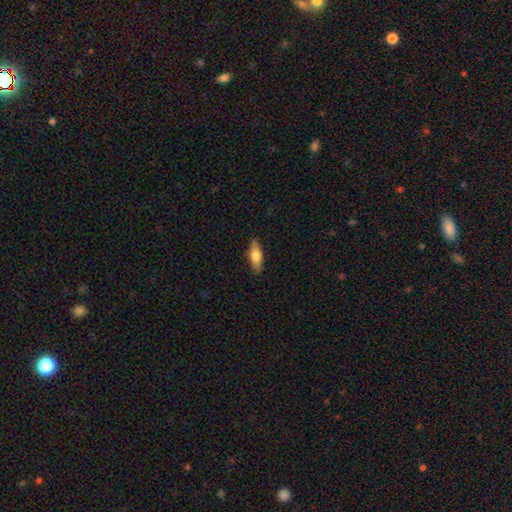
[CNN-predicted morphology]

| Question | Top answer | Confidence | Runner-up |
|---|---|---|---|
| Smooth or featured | smooth | 66% | featured or disk (28%) |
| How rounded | in between | 55% | cigar-shaped (42%) |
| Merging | none | 85% | minor disturbance (11%) |